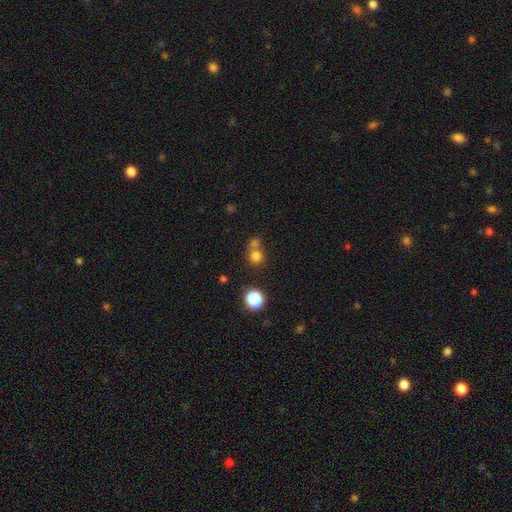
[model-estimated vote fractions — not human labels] Smooth or featured? Predicted: smooth (p=0.74). How rounded? Predicted: round (p=0.87). Merging? Predicted: none (p=0.48).